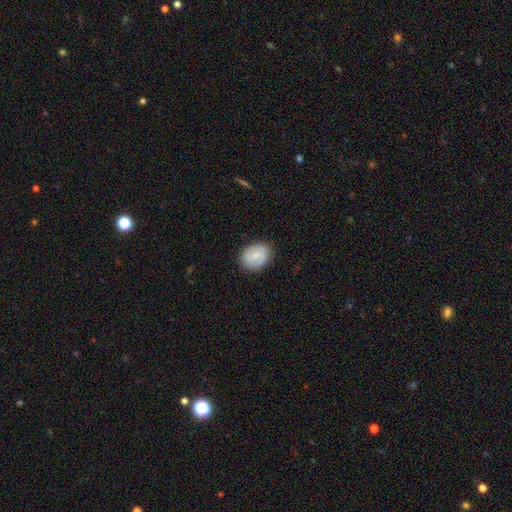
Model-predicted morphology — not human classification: type=smooth (73%); roundness=in between (55%); merging=none (85%).